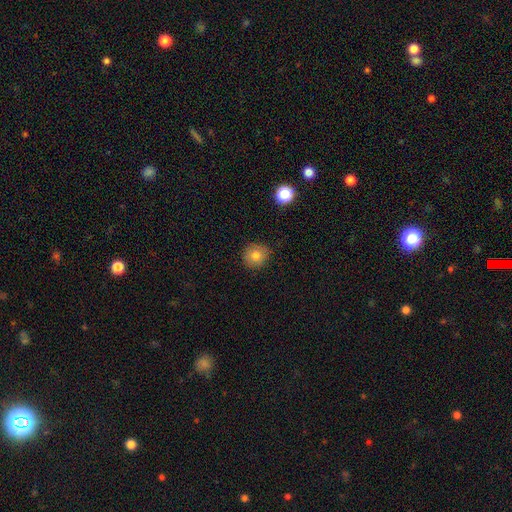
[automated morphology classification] Smooth or featured: smooth — 78% (star or artifact — 12%)
How rounded: round — 89% (in between — 10%)
Merging: none — 86% (minor disturbance — 11%)